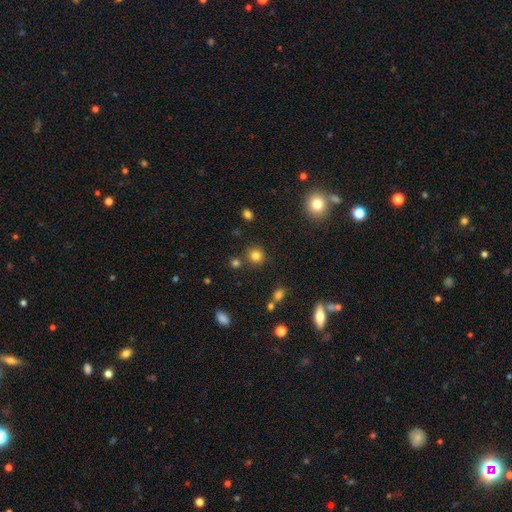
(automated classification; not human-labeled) This appears to be a smooth galaxy with no disk features (81%) that is round (90%). Merging: none (84%).